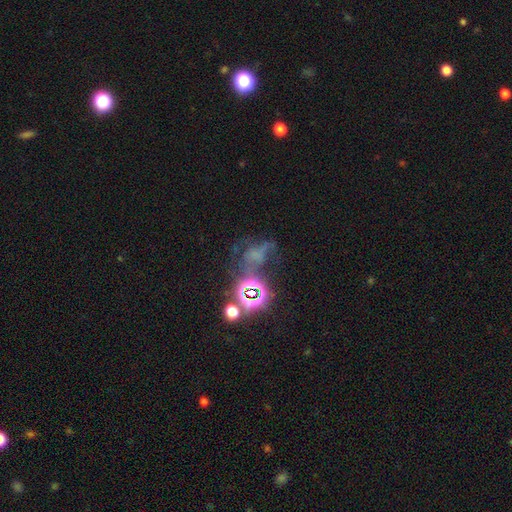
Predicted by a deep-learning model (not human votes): Smooth or featured?
  - star or artifact: 50% *
  - featured or disk: 26%
  - smooth: 24%